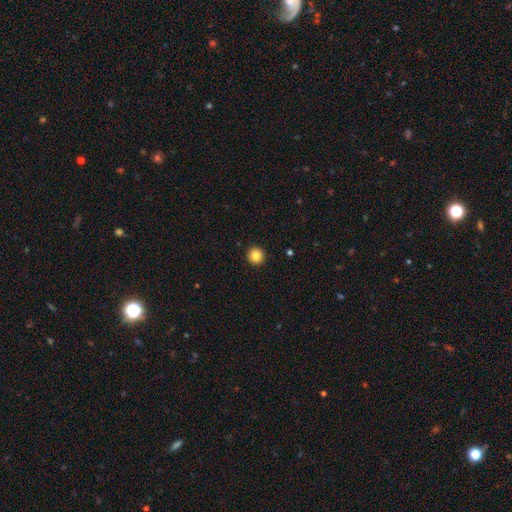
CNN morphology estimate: Smooth or featured? smooth (85%)
How rounded? round (96%)
Merging? none (94%)